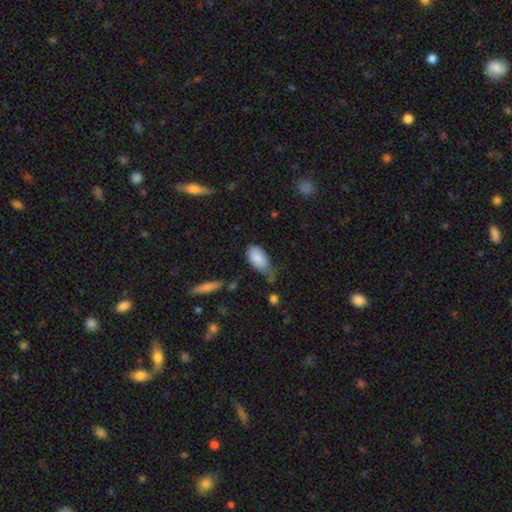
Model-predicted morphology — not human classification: This appears to be a smooth galaxy with no disk features (83%) that is in between round and cigar-shaped (92%). Merging: minor disturbance (42%, tied with none).